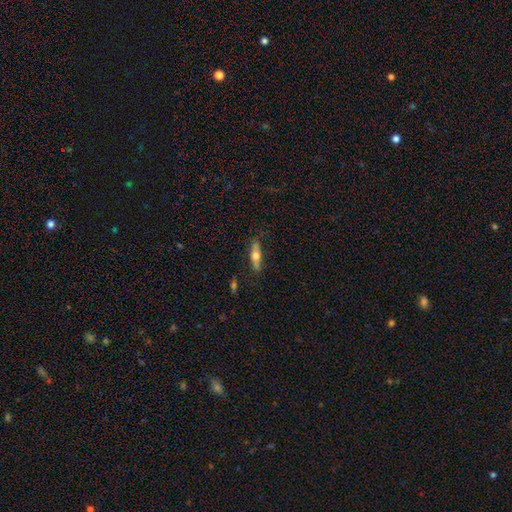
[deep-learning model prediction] Smooth or featured? Predicted: smooth (p=0.56). How rounded? Predicted: cigar-shaped (p=0.59). Merging? Predicted: none (p=0.80).